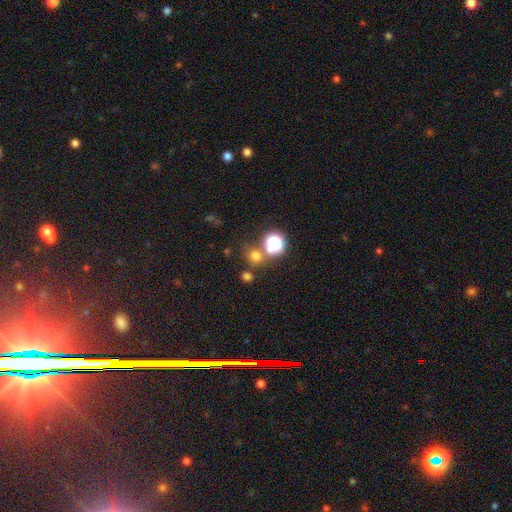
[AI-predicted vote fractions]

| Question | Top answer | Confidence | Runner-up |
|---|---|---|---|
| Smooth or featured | smooth | 66% | star or artifact (27%) |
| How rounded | round | 84% | in between (15%) |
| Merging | none | 68% | merger (19%) |